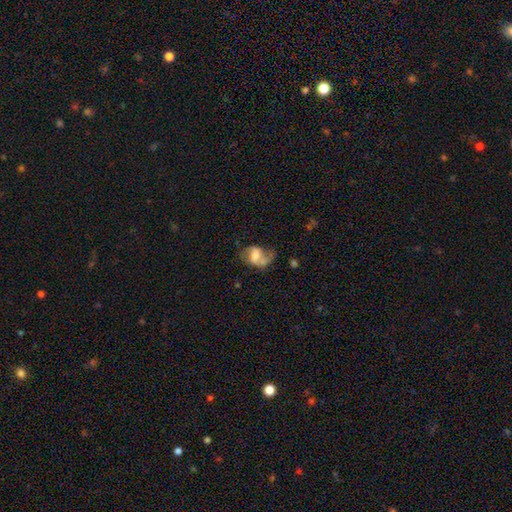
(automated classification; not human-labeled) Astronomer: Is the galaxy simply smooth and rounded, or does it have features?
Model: featured or disk — 56% (runner-up: smooth, 35%).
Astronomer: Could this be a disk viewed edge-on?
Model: no — 97%.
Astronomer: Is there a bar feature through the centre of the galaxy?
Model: weak — 42% (runner-up: no, 39%).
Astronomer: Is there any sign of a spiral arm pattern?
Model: yes — 79%.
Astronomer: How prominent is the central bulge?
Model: moderate — 29% (runner-up: large, 26%).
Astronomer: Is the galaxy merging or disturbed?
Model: none — 39% (runner-up: major disturbance, 27%).